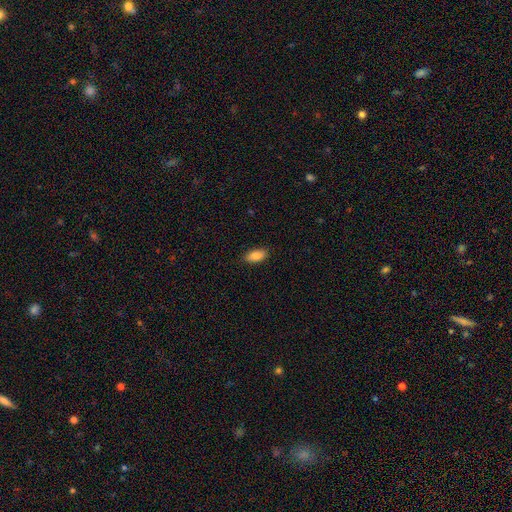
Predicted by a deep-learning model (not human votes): This appears to be a smooth galaxy with no disk features (87%) that is in between round and cigar-shaped (89%). Merging: none (88%).